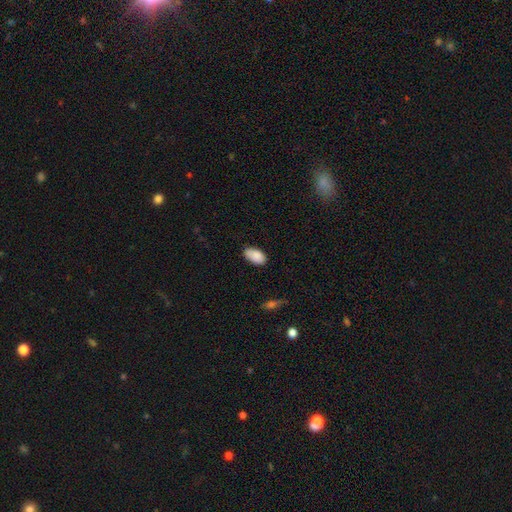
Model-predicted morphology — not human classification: Q: Smooth or featured?
A: smooth (87%); runner-up: star or artifact (7%)
Q: How rounded?
A: in between (95%); runner-up: round (3%)
Q: Merging?
A: none (76%); runner-up: minor disturbance (19%)